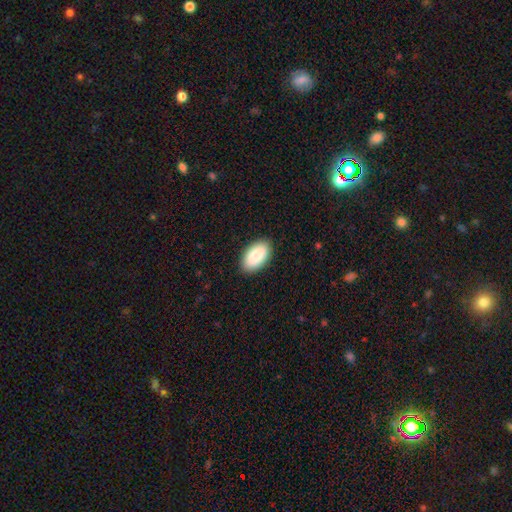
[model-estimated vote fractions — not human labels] This is clearly a smooth galaxy (87%). How rounded: clearly in between (96%). Merging: clearly none (89%).